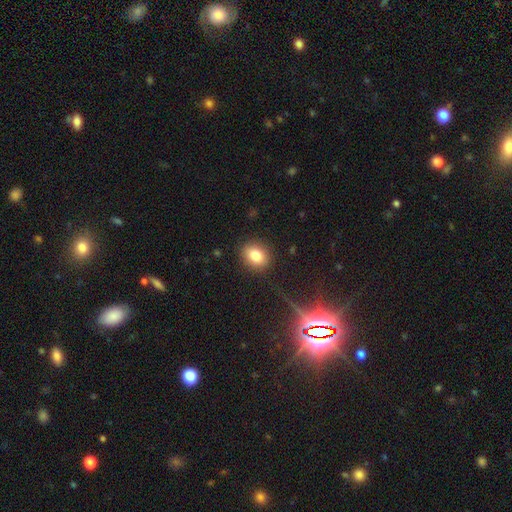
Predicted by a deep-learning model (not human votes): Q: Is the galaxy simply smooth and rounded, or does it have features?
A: smooth — 81%.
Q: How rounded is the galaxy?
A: round — 50%.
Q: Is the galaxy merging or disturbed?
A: none — 88%.